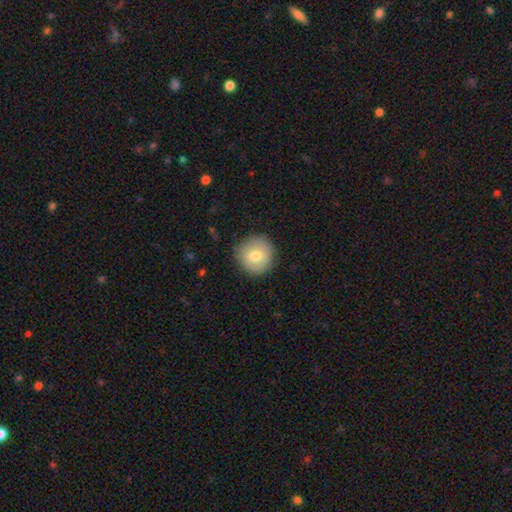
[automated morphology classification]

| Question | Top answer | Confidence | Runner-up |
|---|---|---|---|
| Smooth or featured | smooth | 76% | featured or disk (16%) |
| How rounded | round | 94% | in between (5%) |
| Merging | none | 88% | minor disturbance (9%) |